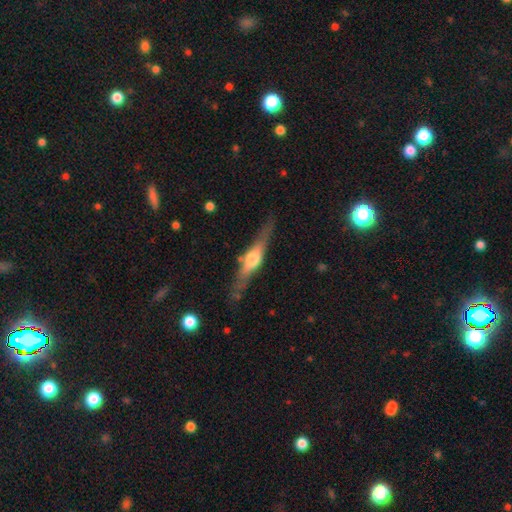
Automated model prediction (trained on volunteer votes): A featured or disk galaxy (79%) viewed edge-on (97%) with a rounded central bulge (89%).

Vote fractions:
- Smooth or featured? featured or disk: 79% / smooth: 15% / star or artifact: 6%
- Edge-on disk? yes: 97% / no: 3%
- Edge-on bulge? rounded: 89% / boxy: 7% / none: 3%
- Merging? none: 87% / minor disturbance: 9% / major disturbance: 2% / merger: 1%